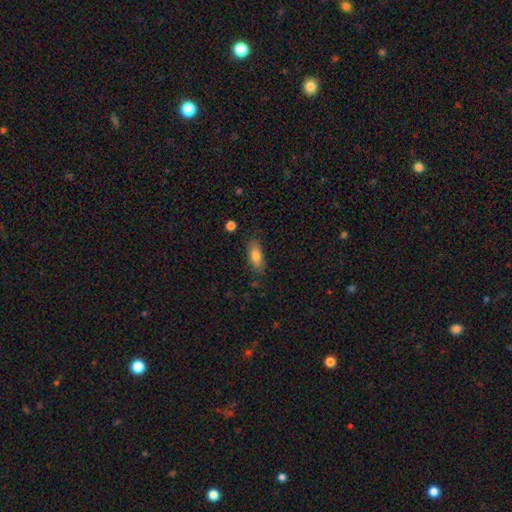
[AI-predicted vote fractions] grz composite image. It shows a smooth galaxy with no disk features (80%) that is in between round and cigar-shaped (82%). Merging: none (80%).